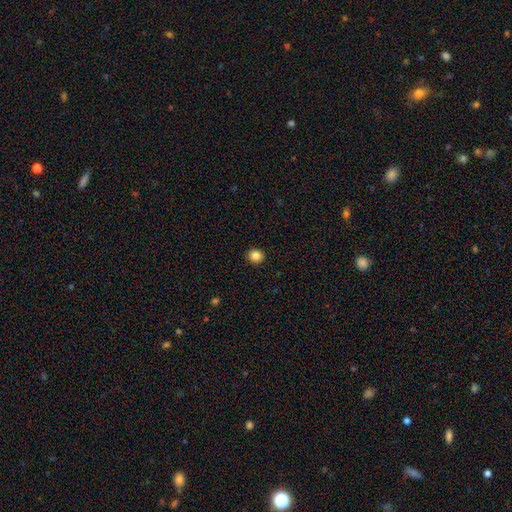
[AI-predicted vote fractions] Overall: smooth (85%). How rounded: round (82%). Merging: none (92%).